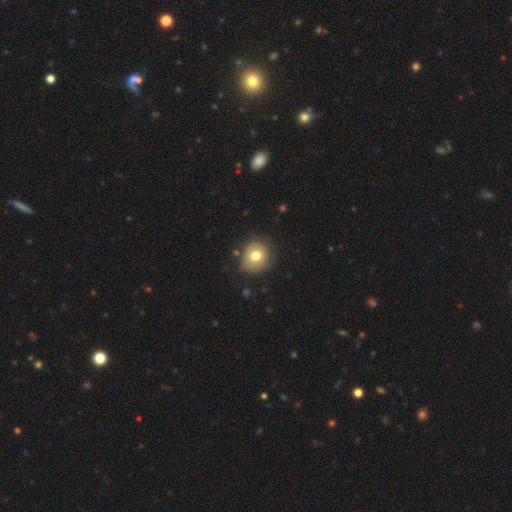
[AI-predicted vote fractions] The model was most divided on "smooth or featured": smooth: 73%, featured or disk: 17%, star or artifact: 10%. More confident: how rounded — round (82%); merging — none (75%).